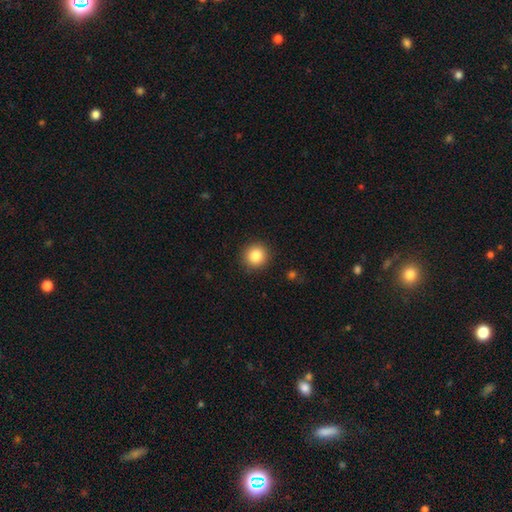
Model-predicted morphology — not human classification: Smooth or featured? Predicted: smooth (p=0.85). How rounded? Predicted: round (p=0.93). Merging? Predicted: none (p=0.91).